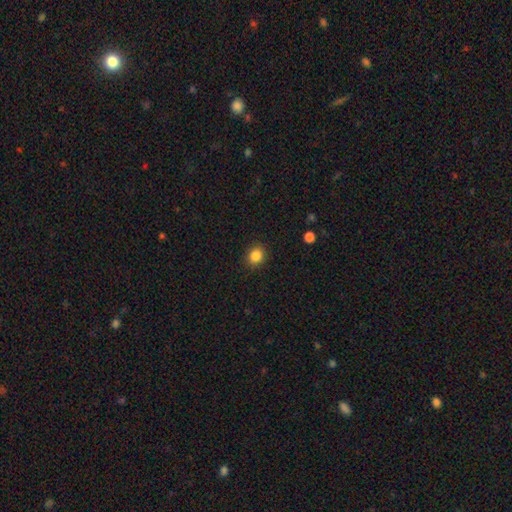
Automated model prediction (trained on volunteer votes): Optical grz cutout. It shows a smooth galaxy with no disk features (85%) that is round (78%). Merging: none (90%).